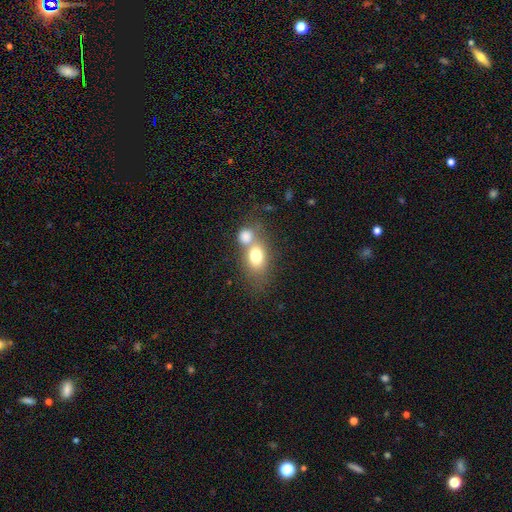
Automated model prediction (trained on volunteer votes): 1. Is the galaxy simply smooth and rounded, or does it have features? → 74% smooth, 17% featured or disk, 9% star or artifact.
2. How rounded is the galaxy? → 71% in between, 27% round, 2% cigar-shaped.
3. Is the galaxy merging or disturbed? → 57% merger, 29% none, 9% minor disturbance, 6% major disturbance.